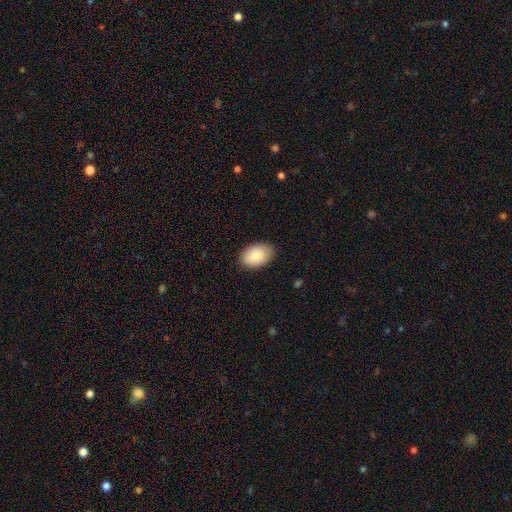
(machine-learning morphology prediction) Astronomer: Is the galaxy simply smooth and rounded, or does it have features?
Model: smooth — 88%.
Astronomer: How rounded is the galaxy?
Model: in between — 91%.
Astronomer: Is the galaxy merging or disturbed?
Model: none — 86%.